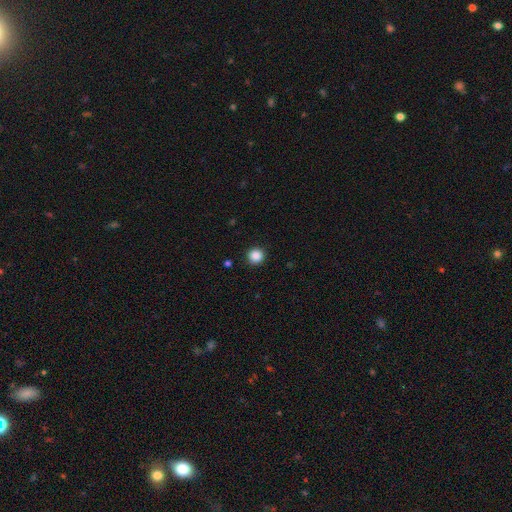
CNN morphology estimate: smooth-or-featured: smooth: 87% | star or artifact: 10% | featured or disk: 3%
  how-rounded: round: 95% | in between: 5% | cigar-shaped: 1%
  merging: none: 92% | minor disturbance: 5% | major disturbance: 2% | merger: 1%